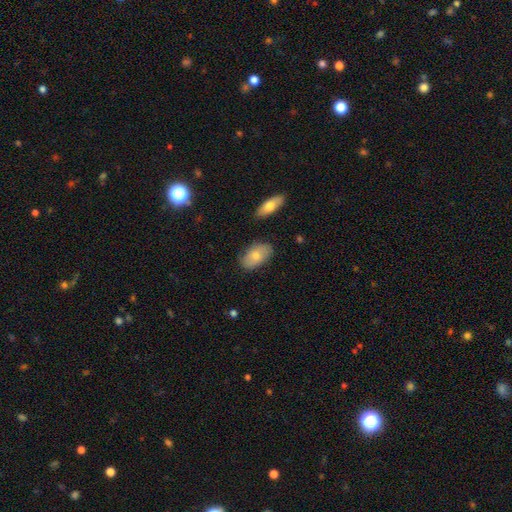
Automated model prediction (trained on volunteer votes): Smooth or featured: smooth — 74% (featured or disk — 20%)
How rounded: in between — 93% (round — 5%)
Merging: none — 81% (minor disturbance — 14%)